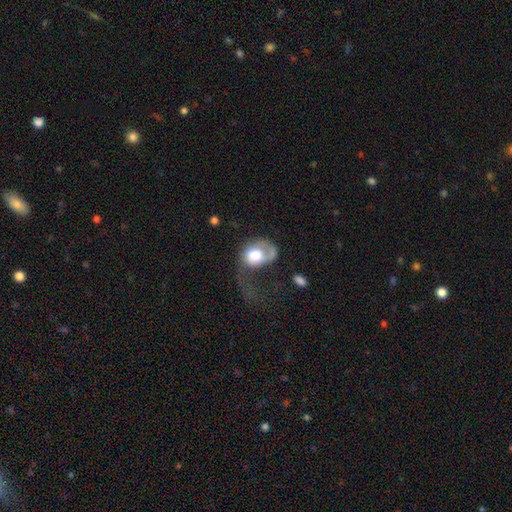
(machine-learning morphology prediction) smooth_or_featured: smooth (p=0.50) [alt: featured or disk p=0.43]
merging: major disturbance (p=0.61) [alt: none p=0.18]